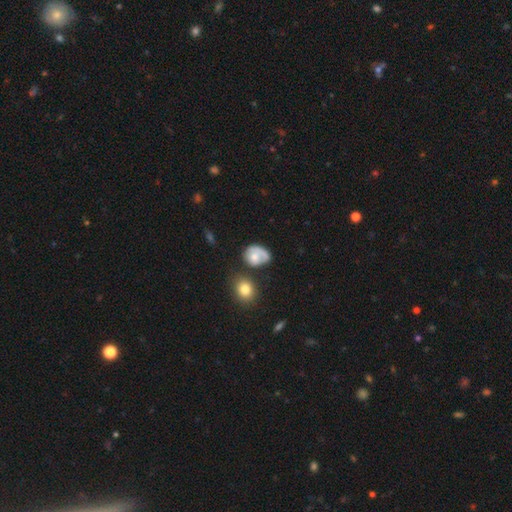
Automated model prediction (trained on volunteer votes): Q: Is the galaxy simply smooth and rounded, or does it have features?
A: smooth — 60%.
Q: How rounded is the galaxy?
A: in between — 53%.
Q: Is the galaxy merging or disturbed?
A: none — 37%.